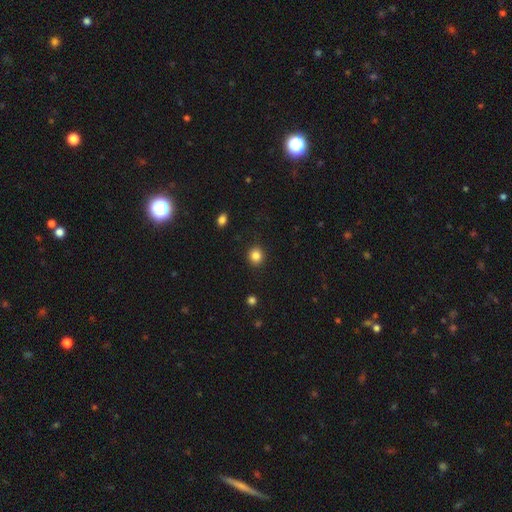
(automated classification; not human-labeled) Smooth or featured? smooth (85%)
How rounded? round (87%)
Merging? none (90%)